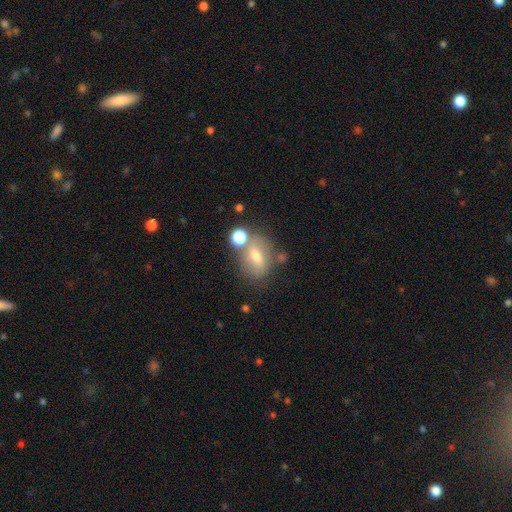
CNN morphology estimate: Overall: smooth (56%; featured or disk 31%). How rounded: in between (60%; round 38%). Merging: none (56%; merger 20%).